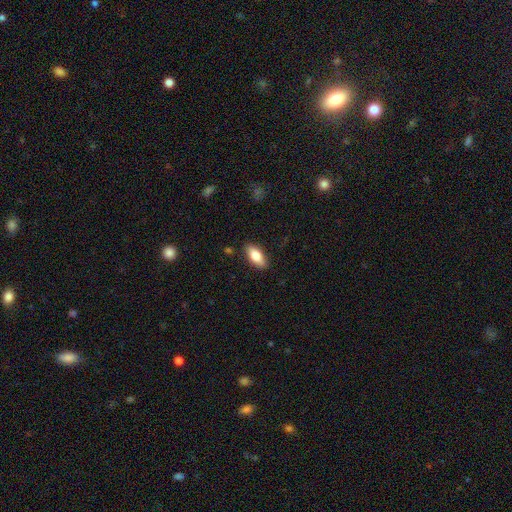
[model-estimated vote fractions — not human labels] smooth_or_featured: smooth (p=0.79) [alt: featured or disk p=0.15]
how_rounded: in between (p=0.85) [alt: cigar-shaped p=0.12]
merging: none (p=0.86) [alt: minor disturbance p=0.10]